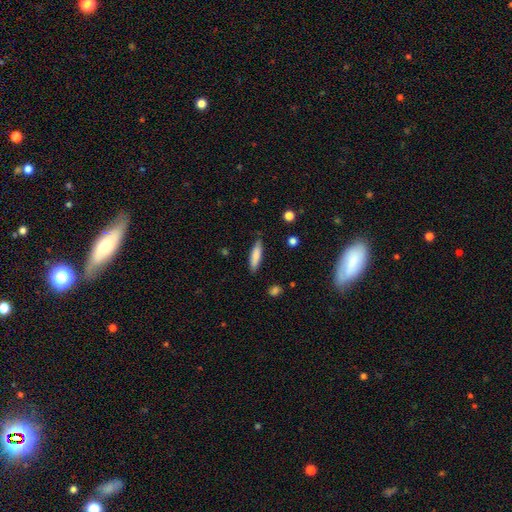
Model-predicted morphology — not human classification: A smooth galaxy with no disk features (82%) that is cigar-shaped (75%).

Vote fractions:
- Smooth or featured? smooth: 82% / featured or disk: 12% / star or artifact: 6%
- How rounded? cigar-shaped: 75% / in between: 24% / round: 1%
- Merging? none: 83% / minor disturbance: 13% / major disturbance: 2% / merger: 1%